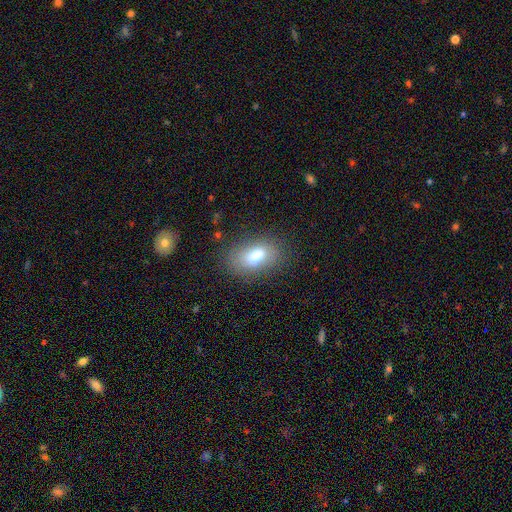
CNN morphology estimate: Smooth or featured? smooth (76%)
How rounded? in between (88%)
Merging? none (79%)